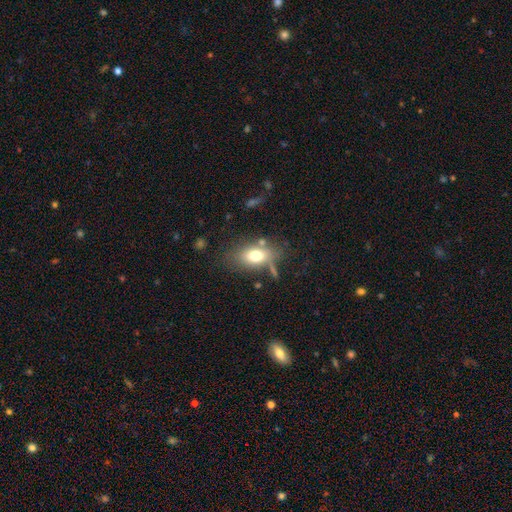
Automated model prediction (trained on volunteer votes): This is likely a smooth galaxy (72%). How rounded: clearly in between (84%). Merging: likely none (65%).